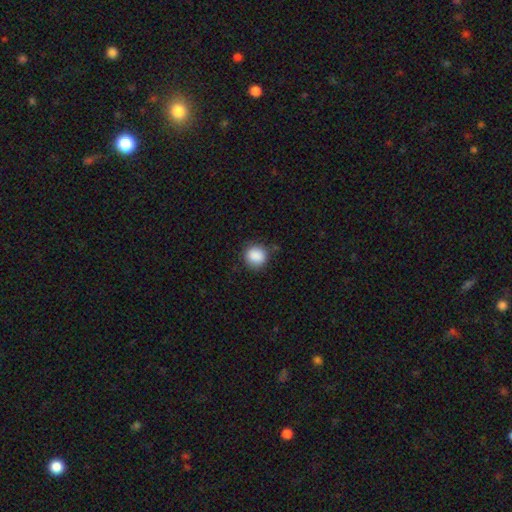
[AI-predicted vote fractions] Smooth or featured? smooth (88%)
How rounded? round (85%)
Merging? none (81%)